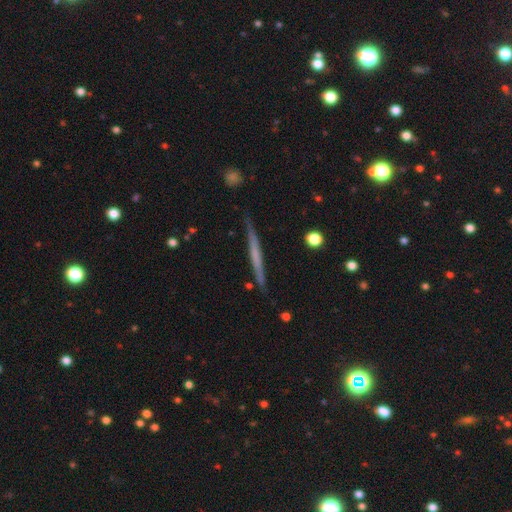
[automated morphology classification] Smooth or featured? featured or disk (56%)
Edge-on disk? yes (97%)
Edge-on bulge? none (79%)
Merging? none (86%)